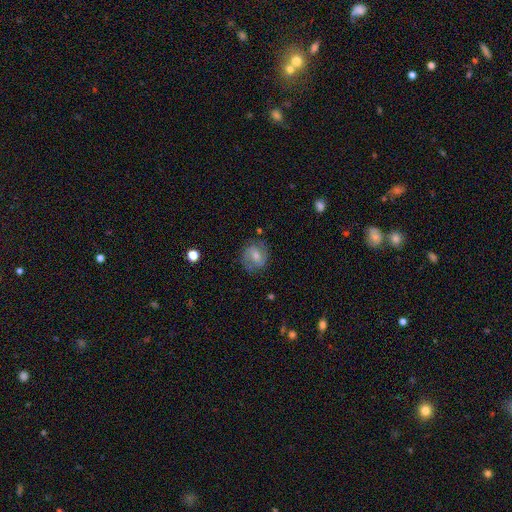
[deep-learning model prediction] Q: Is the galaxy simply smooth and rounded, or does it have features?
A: featured or disk — 48%.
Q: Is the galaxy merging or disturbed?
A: none — 73%.